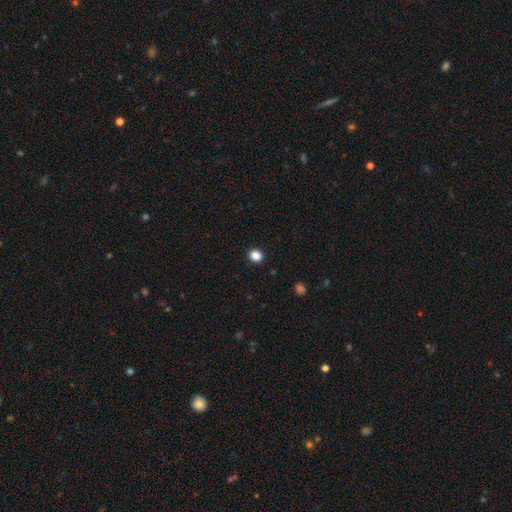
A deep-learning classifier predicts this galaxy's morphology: type=smooth (86%); roundness=round (73%); merging=none (92%).